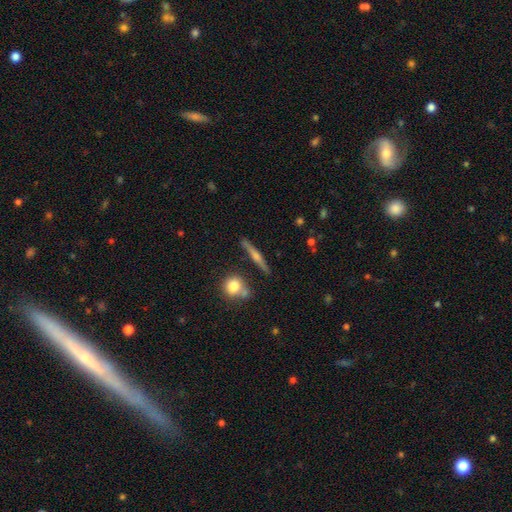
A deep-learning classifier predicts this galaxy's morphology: Overall: featured or disk (68%). Edge-on disk: yes (97%). Edge-on bulge: rounded (85%). Merging: none (86%).